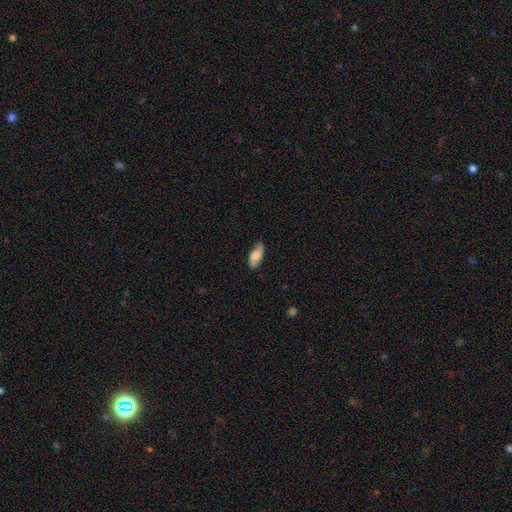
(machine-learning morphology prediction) smooth_or_featured: smooth (p=0.51) [alt: featured or disk p=0.42]
how_rounded: in between (p=0.81) [alt: cigar-shaped p=0.16]
merging: none (p=0.80) [alt: minor disturbance p=0.15]